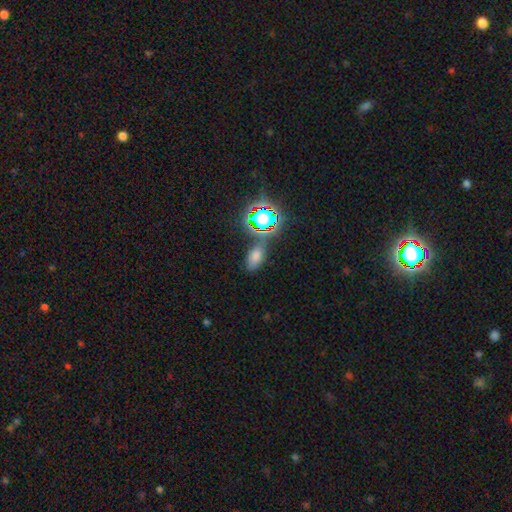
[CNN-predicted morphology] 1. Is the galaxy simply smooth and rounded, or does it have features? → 58% smooth, 33% star or artifact, 9% featured or disk.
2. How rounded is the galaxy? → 85% in between, 10% round, 6% cigar-shaped.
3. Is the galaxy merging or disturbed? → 71% none, 15% minor disturbance, 9% merger, 5% major disturbance.